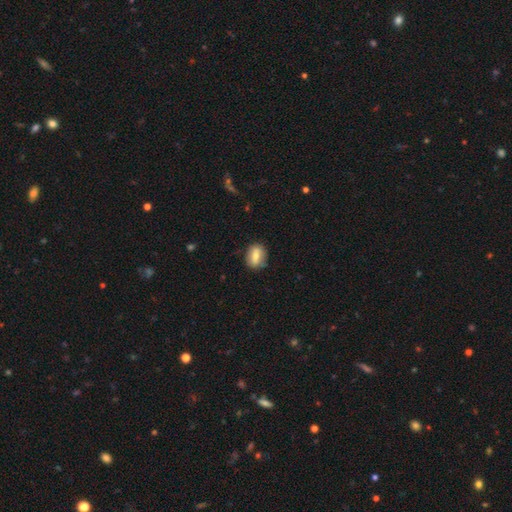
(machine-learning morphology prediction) Smooth or featured: smooth — 70% (featured or disk — 23%)
How rounded: in between — 62% (round — 35%)
Merging: none — 81% (minor disturbance — 15%)